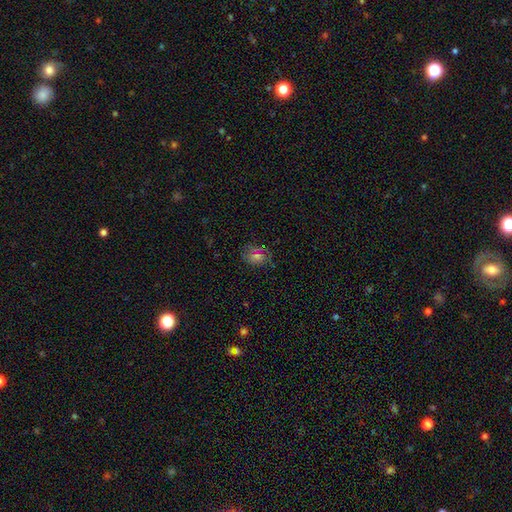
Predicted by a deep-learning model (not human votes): Smooth or featured? Predicted: smooth (p=0.53). How rounded? Predicted: in between (p=0.50). Merging? Predicted: none (p=0.77).